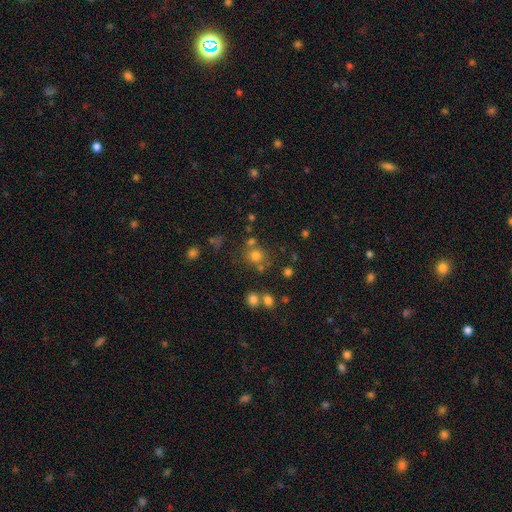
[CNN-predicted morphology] type=smooth (73%); roundness=round (86%); merging=none (67%).